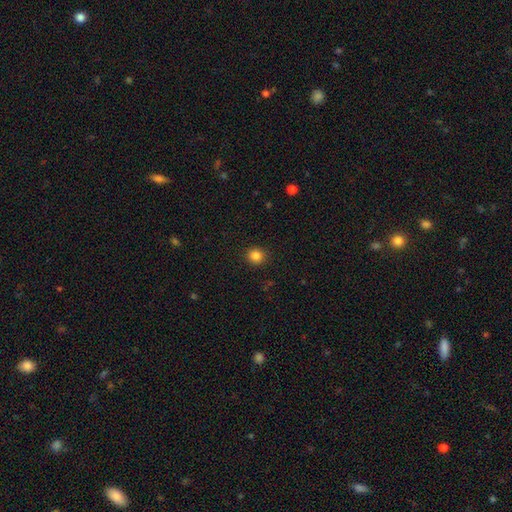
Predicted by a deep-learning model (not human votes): Morphology: type=smooth (85%); roundness=round (89%); merging=none (91%).